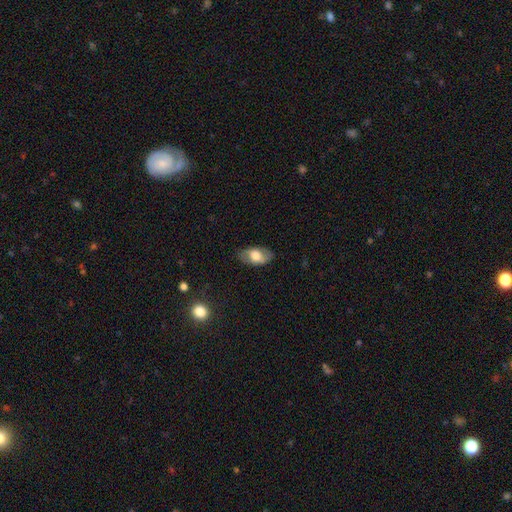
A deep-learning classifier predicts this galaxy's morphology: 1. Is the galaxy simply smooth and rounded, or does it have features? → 60% smooth, 34% featured or disk, 7% star or artifact.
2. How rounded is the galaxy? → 93% in between, 5% round, 3% cigar-shaped.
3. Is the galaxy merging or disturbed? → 81% none, 14% minor disturbance, 4% major disturbance, 1% merger.